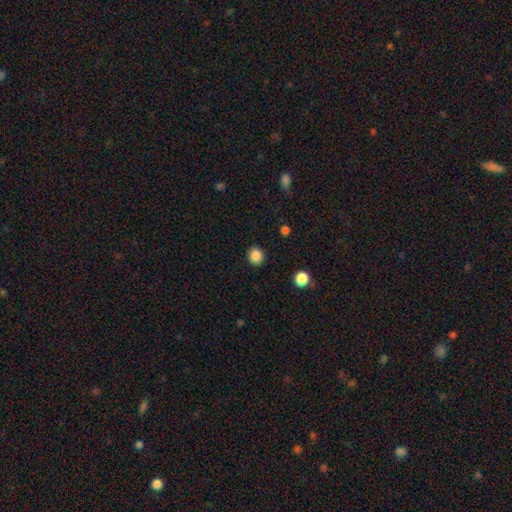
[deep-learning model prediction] This appears to be a smooth galaxy with no disk features (85%) that is round (84%). Merging: none (91%).